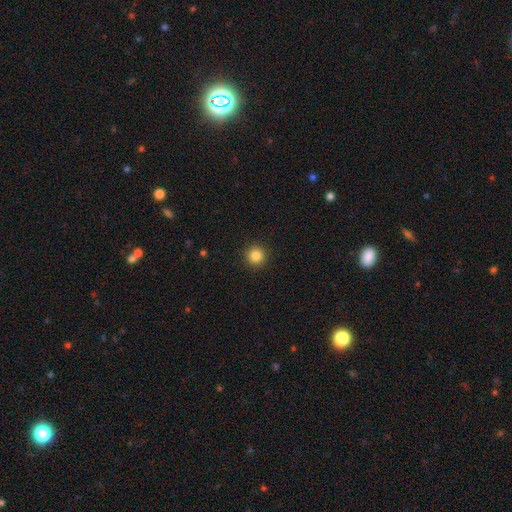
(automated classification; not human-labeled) smooth_or_featured: smooth (p=0.85) [alt: star or artifact p=0.11]
how_rounded: round (p=0.96) [alt: in between p=0.03]
merging: none (p=0.93) [alt: minor disturbance p=0.05]